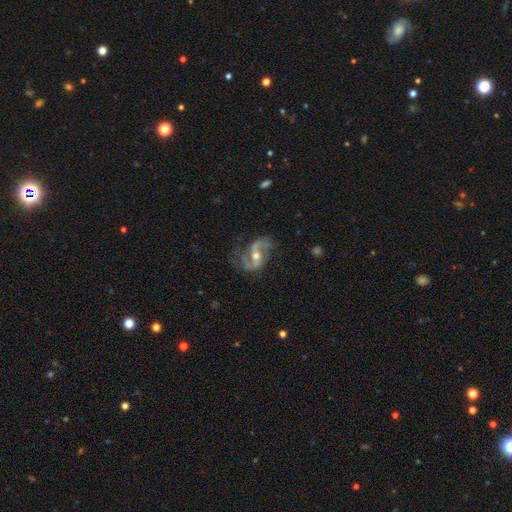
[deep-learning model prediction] Q: Smooth or featured?
A: featured or disk (89%); runner-up: star or artifact (6%)
Q: Edge-on disk?
A: no (97%); runner-up: yes (3%)
Q: Bar?
A: weak (42%); runner-up: no (35%)
Q: Spiral arms?
A: yes (96%); runner-up: no (4%)
Q: Spiral winding?
A: loose (53%); runner-up: medium (38%)
Q: Spiral arm count?
A: 2 (91%); runner-up: can't tell (3%)
Q: Bulge size?
A: moderate (68%); runner-up: small (26%)
Q: Merging?
A: none (67%); runner-up: minor disturbance (19%)